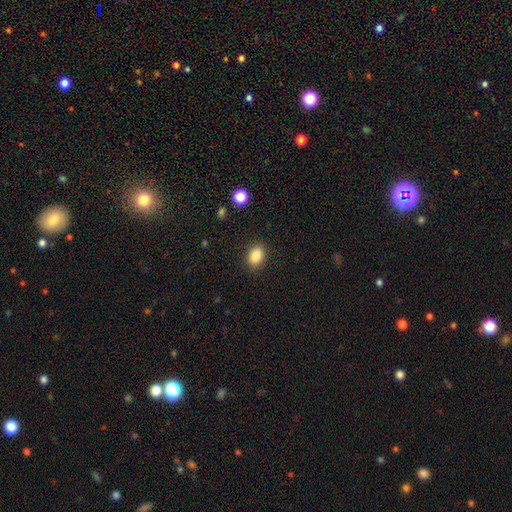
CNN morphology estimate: This is clearly a smooth galaxy (86%). How rounded: likely in between (80%). Merging: clearly none (89%).